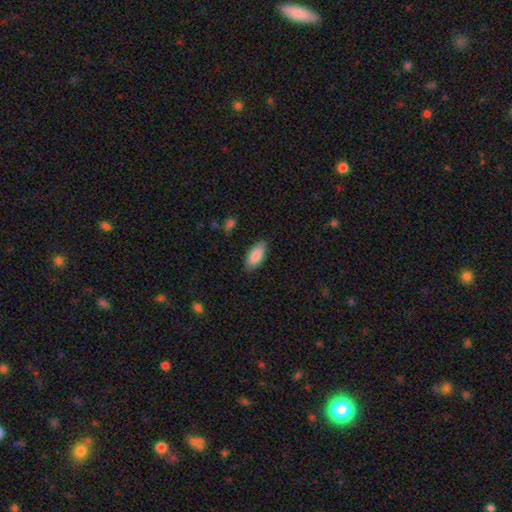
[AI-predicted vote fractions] smooth_or_featured: smooth (p=0.86) [alt: featured or disk p=0.08]
how_rounded: in between (p=0.85) [alt: cigar-shaped p=0.13]
merging: none (p=0.85) [alt: minor disturbance p=0.12]